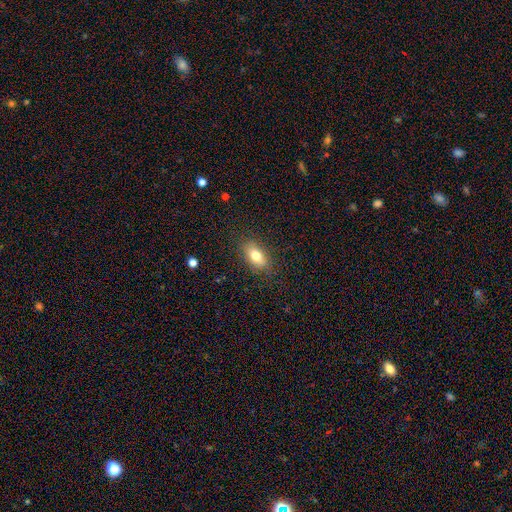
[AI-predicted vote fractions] smooth-or-featured: smooth: 76% | featured or disk: 15% | star or artifact: 9%
  how-rounded: in between: 86% | round: 8% | cigar-shaped: 7%
  merging: none: 85% | minor disturbance: 11% | major disturbance: 3% | merger: 1%